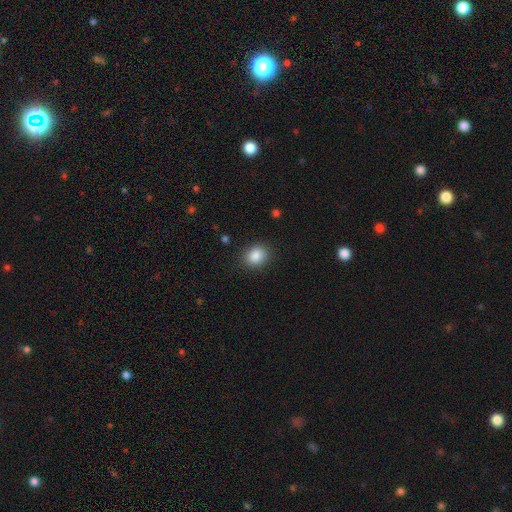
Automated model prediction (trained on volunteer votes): smooth-or-featured: smooth: 87% | star or artifact: 9% | featured or disk: 4%
  how-rounded: round: 57% | in between: 42% | cigar-shaped: 1%
  merging: none: 87% | minor disturbance: 9% | major disturbance: 3% | merger: 1%